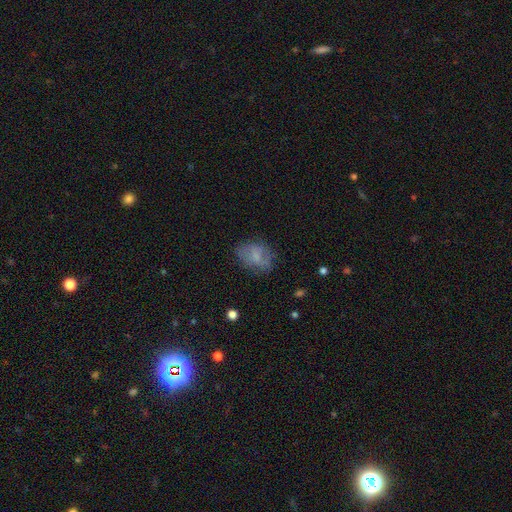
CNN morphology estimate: Q: Smooth or featured?
A: smooth (64%); runner-up: featured or disk (26%)
Q: How rounded?
A: in between (71%); runner-up: round (28%)
Q: Merging?
A: none (65%); runner-up: minor disturbance (22%)